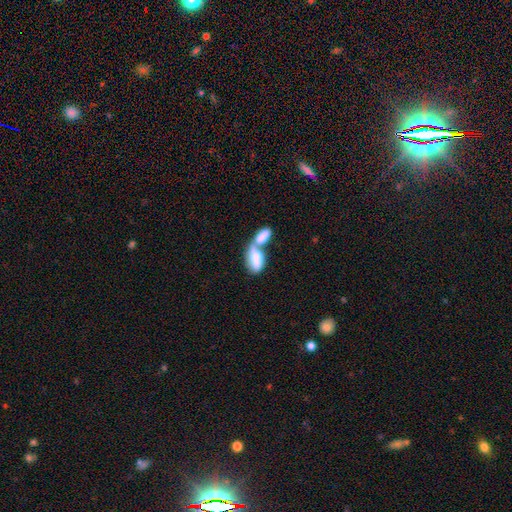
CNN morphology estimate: Smooth or featured? Predicted: smooth (p=0.65). How rounded? Predicted: in between (p=0.84). Merging? Predicted: merger (p=0.73).